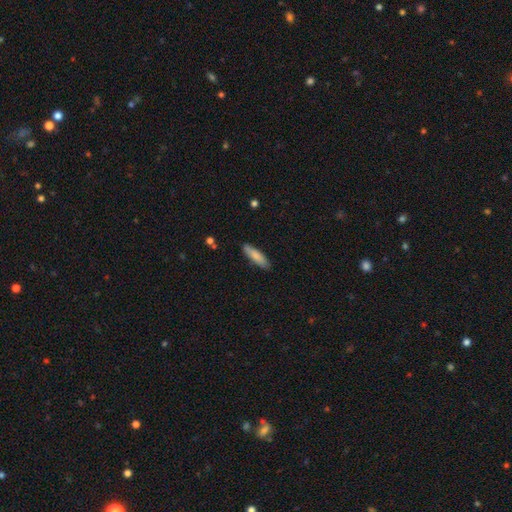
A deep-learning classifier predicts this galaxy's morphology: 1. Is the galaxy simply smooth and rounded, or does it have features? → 82% smooth, 12% featured or disk, 6% star or artifact.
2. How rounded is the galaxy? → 67% cigar-shaped, 31% in between, 1% round.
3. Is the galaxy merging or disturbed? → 84% none, 12% minor disturbance, 2% major disturbance, 2% merger.